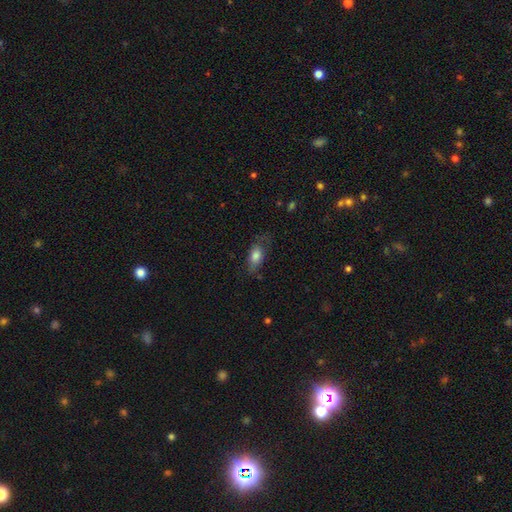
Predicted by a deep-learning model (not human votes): smooth_or_featured: smooth (p=0.74) [alt: featured or disk p=0.18]
how_rounded: in between (p=0.84) [alt: cigar-shaped p=0.11]
merging: none (p=0.58) [alt: minor disturbance p=0.27]